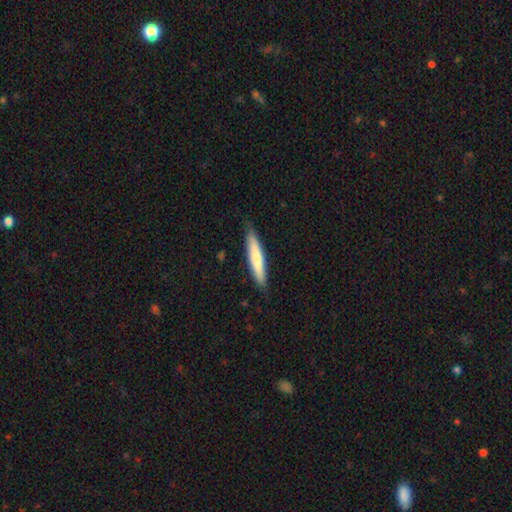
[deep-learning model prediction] This is likely a smooth galaxy (67%). How rounded: clearly cigar-shaped (90%). Merging: clearly none (85%).